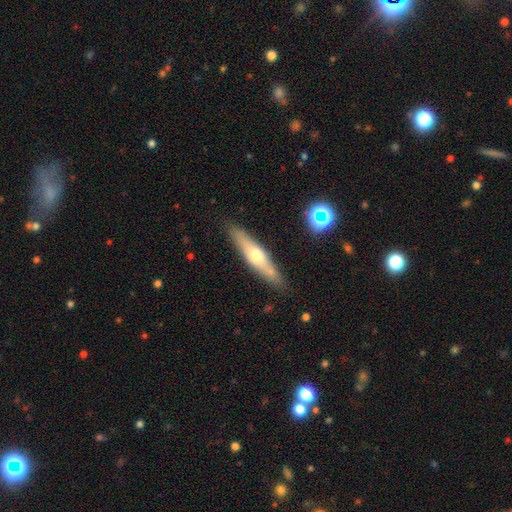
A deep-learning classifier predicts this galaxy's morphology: Smooth or featured: featured or disk — 50% (smooth — 43%)
Edge-on disk: yes — 86% (no — 14%)
Merging: none — 86% (minor disturbance — 10%)